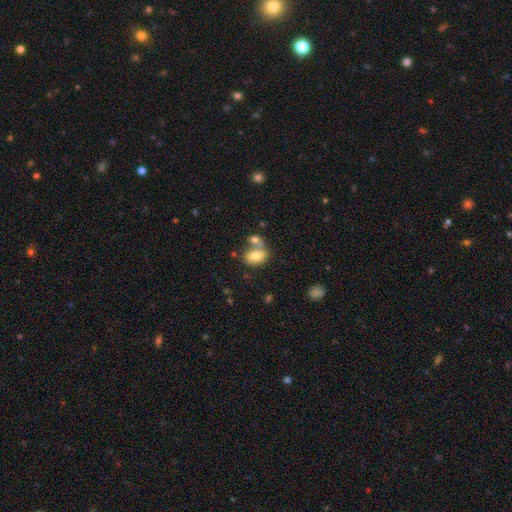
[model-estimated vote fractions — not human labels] smooth 77%, featured or disk 15%, star or artifact 8%. Down the decision tree: how rounded — in between (83%); merging — merger (43%).